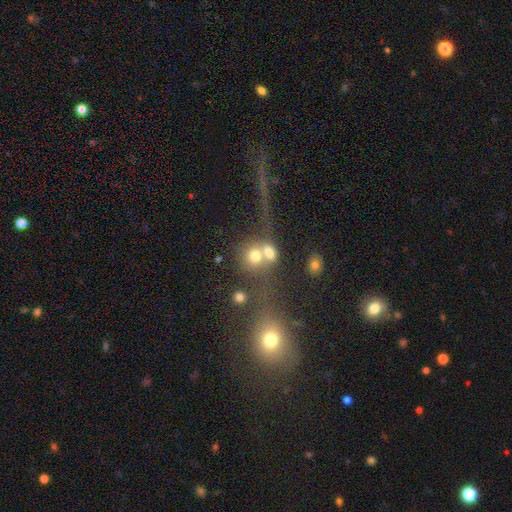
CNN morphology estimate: This appears to be a smooth galaxy with no disk features (67%) that is round (74%). Merging: merger (55%).